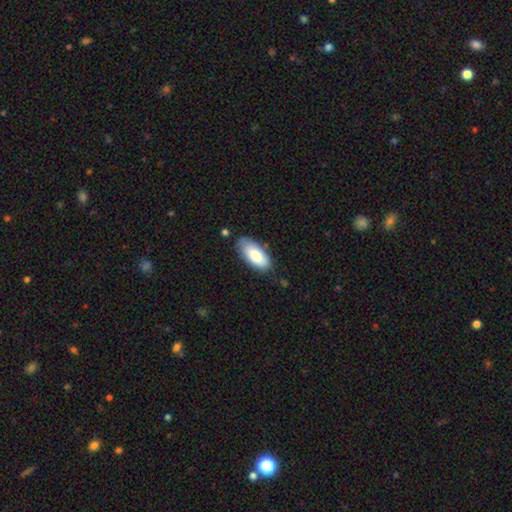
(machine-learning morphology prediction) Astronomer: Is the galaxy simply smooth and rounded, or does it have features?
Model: smooth — 84%.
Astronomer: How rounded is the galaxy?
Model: in between — 90%.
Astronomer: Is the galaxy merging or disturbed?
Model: none — 75%.